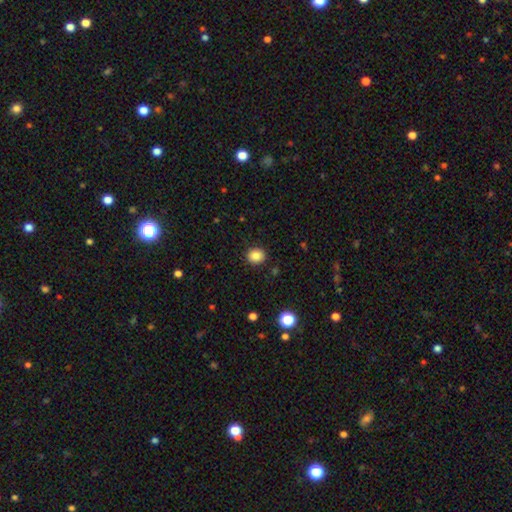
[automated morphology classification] This appears to be a smooth galaxy with no disk features (85%) that is round (76%). Merging: none (91%).